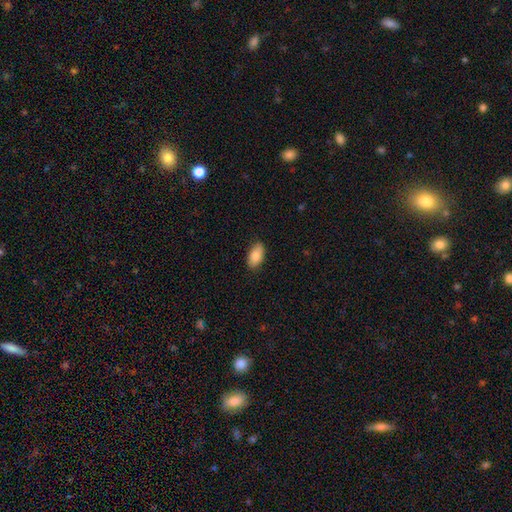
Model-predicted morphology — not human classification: This is clearly a smooth galaxy (86%). How rounded: clearly in between (93%). Merging: clearly none (86%).